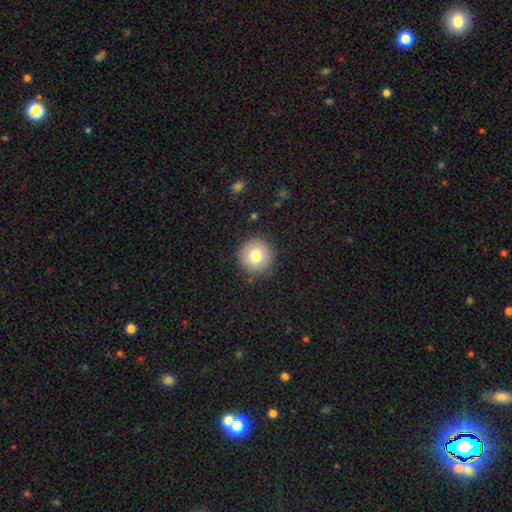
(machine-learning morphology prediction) Q: Smooth or featured?
A: smooth (78%); runner-up: featured or disk (12%)
Q: How rounded?
A: round (95%); runner-up: in between (4%)
Q: Merging?
A: none (90%); runner-up: minor disturbance (7%)